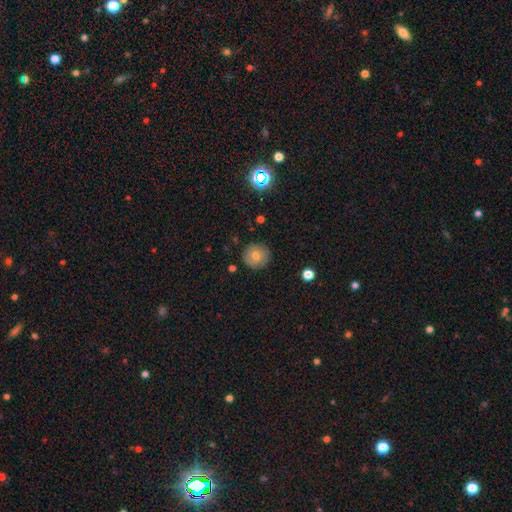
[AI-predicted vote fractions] smooth 68%, featured or disk 20%, star or artifact 12%. Down the decision tree: how rounded — round (94%); merging — none (87%).